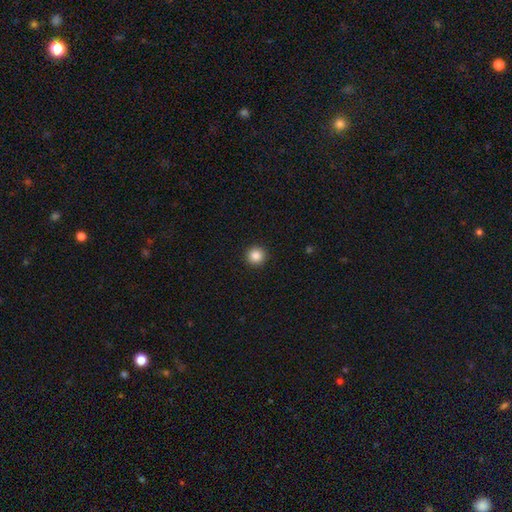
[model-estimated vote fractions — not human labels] smooth_or_featured: smooth (p=0.86) [alt: star or artifact p=0.10]
how_rounded: round (p=0.95) [alt: in between p=0.04]
merging: none (p=0.93) [alt: minor disturbance p=0.04]